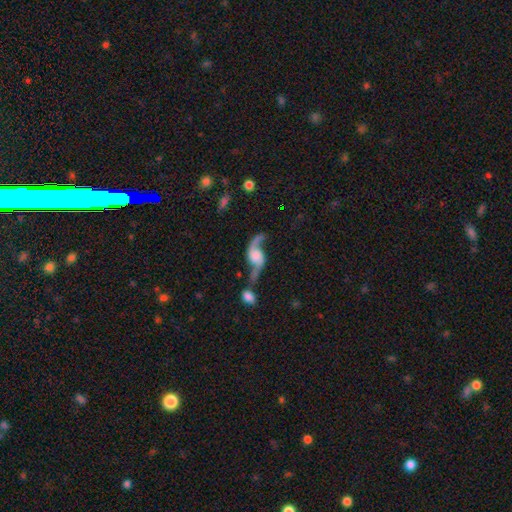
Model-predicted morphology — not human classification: Q: Smooth or featured?
A: featured or disk (87%); runner-up: smooth (7%)
Q: Edge-on disk?
A: no (94%); runner-up: yes (6%)
Q: Bar?
A: no (59%); runner-up: weak (31%)
Q: Spiral arms?
A: yes (96%); runner-up: no (4%)
Q: Spiral winding?
A: loose (90%); runner-up: medium (8%)
Q: Spiral arm count?
A: 2 (93%); runner-up: 1 (3%)
Q: Bulge size?
A: none (31%); runner-up: large (28%)
Q: Merging?
A: none (44%); runner-up: merger (28%)